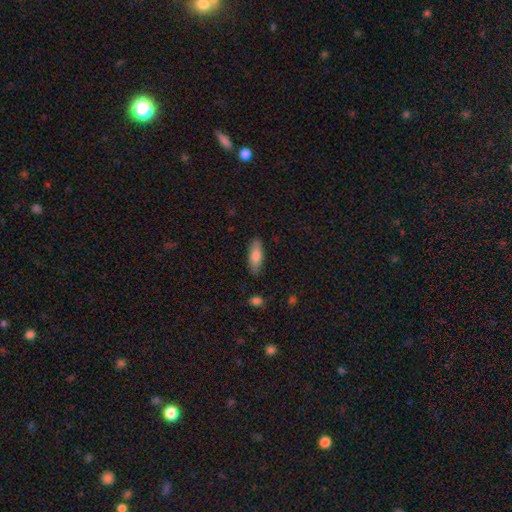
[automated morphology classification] smooth_or_featured: smooth (p=0.79) [alt: featured or disk p=0.14]
how_rounded: in between (p=0.66) [alt: cigar-shaped p=0.32]
merging: none (p=0.84) [alt: minor disturbance p=0.12]